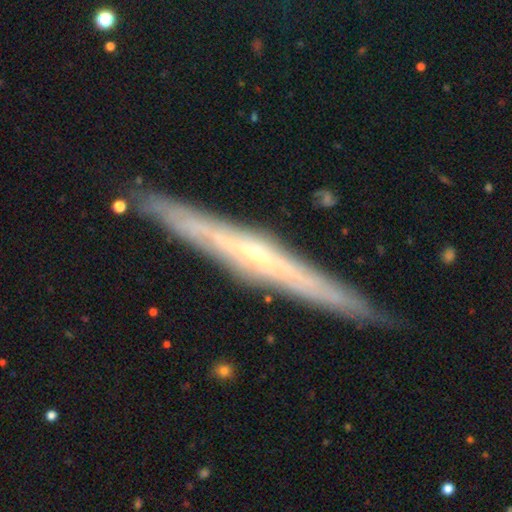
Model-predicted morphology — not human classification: A featured or disk galaxy (77%) viewed edge-on (93%) with no central bulge (52%).

Vote fractions:
- Smooth or featured? featured or disk: 77% / smooth: 16% / star or artifact: 7%
- Edge-on disk? yes: 93% / no: 7%
- Edge-on bulge? none: 52% / rounded: 42% / boxy: 6%
- Merging? none: 89% / minor disturbance: 8% / major disturbance: 2% / merger: 1%